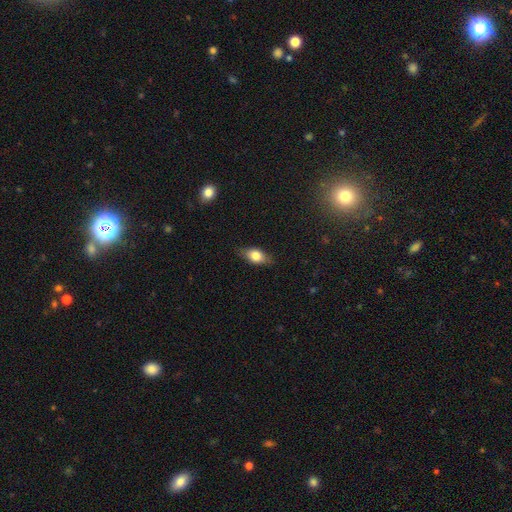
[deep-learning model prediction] A smooth galaxy with no disk features (74%) that is in between round and cigar-shaped (82%).

Vote fractions:
- Smooth or featured? smooth: 74% / featured or disk: 18% / star or artifact: 8%
- How rounded? in between: 82% / round: 11% / cigar-shaped: 7%
- Merging? none: 80% / minor disturbance: 16% / major disturbance: 3% / merger: 1%